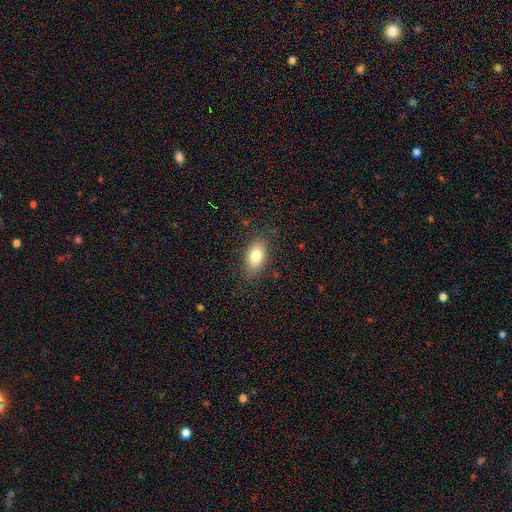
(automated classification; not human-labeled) smooth_or_featured: smooth (p=0.81) [alt: featured or disk p=0.11]
how_rounded: in between (p=0.90) [alt: round p=0.06]
merging: none (p=0.82) [alt: minor disturbance p=0.13]